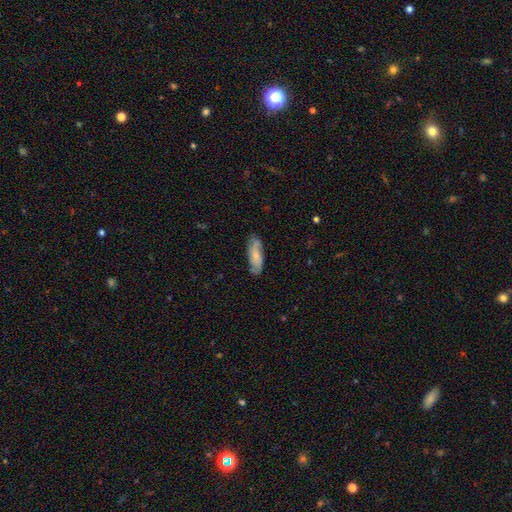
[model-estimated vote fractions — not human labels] A smooth galaxy with no disk features (56%) that is in between round and cigar-shaped (56%). Merging: none (76%).